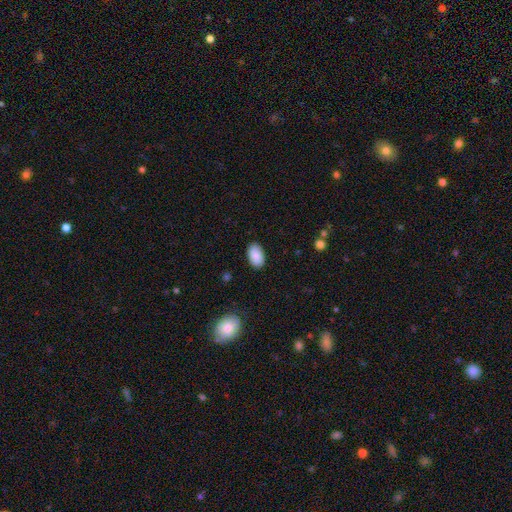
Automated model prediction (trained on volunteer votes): The model was most divided on "merging": none: 88%, minor disturbance: 9%, major disturbance: 2%, merger: 1%. More confident: how rounded — in between (94%); smooth or featured — smooth (89%).